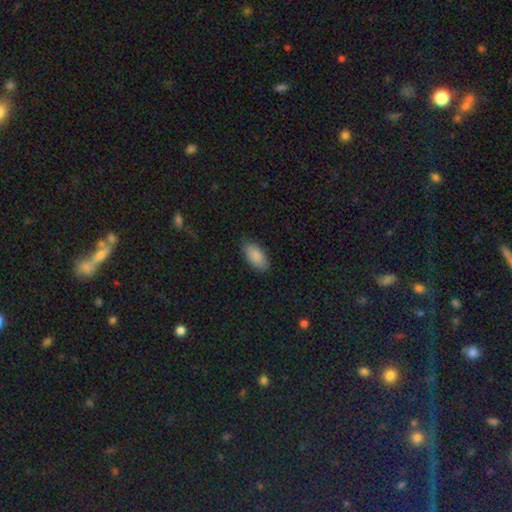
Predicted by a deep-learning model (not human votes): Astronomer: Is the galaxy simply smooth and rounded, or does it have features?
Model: smooth — 87%.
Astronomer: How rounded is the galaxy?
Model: in between — 92%.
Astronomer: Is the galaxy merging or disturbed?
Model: none — 86%.